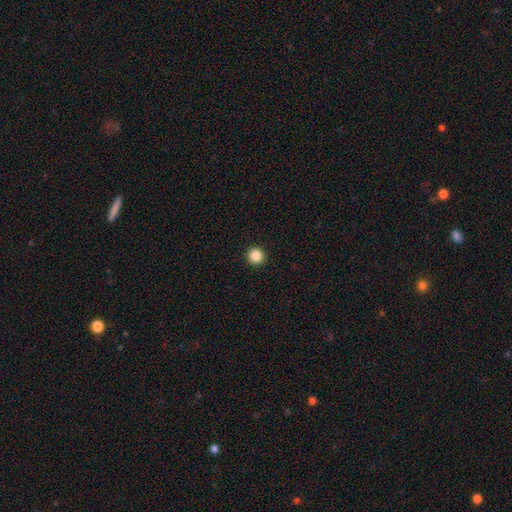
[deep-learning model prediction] Smooth or featured?
  - smooth: 87% *
  - star or artifact: 10%
  - featured or disk: 3%
How rounded?
  - round: 96% *
  - in between: 3%
  - cigar-shaped: 1%
Merging?
  - none: 93% *
  - minor disturbance: 4%
  - major disturbance: 1%
  - merger: 1%